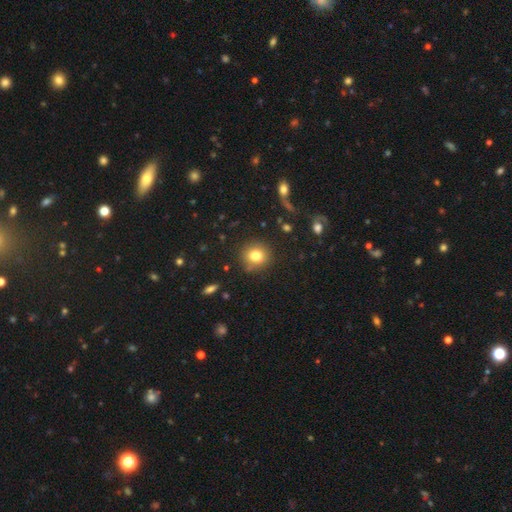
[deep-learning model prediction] Smooth or featured?
  - smooth: 80% *
  - star or artifact: 12%
  - featured or disk: 9%
How rounded?
  - round: 88% *
  - in between: 10%
  - cigar-shaped: 1%
Merging?
  - none: 85% *
  - minor disturbance: 9%
  - major disturbance: 3%
  - merger: 3%